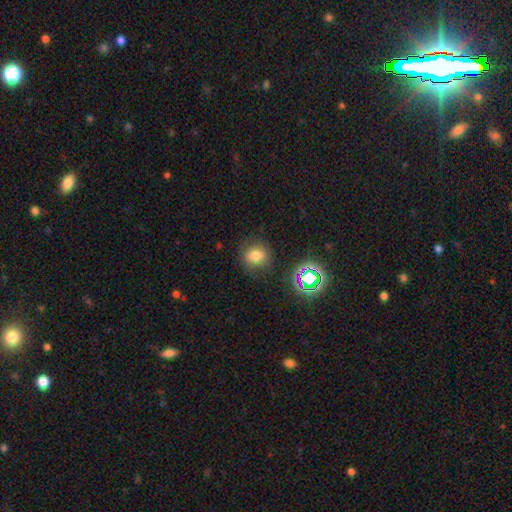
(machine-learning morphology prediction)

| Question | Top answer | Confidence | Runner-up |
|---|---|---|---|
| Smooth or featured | smooth | 71% | star or artifact (19%) |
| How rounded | round | 80% | in between (19%) |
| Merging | none | 81% | minor disturbance (12%) |